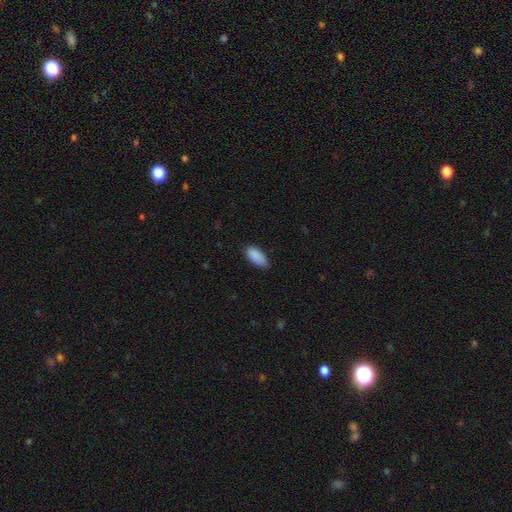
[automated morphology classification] This is clearly a smooth galaxy (90%). How rounded: clearly in between (90%). Merging: likely none (74%).